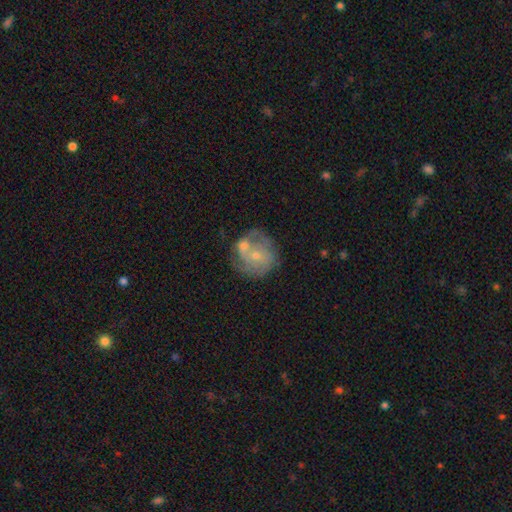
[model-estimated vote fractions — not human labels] smooth_or_featured: featured or disk (p=0.60) [alt: smooth p=0.33]
disk_edge_on: no (p=0.98) [alt: yes p=0.02]
bar: no (p=0.73) [alt: weak p=0.23]
has_spiral_arms: yes (p=0.62) [alt: no p=0.38]
bulge_size: small (p=0.58) [alt: moderate p=0.36]
merging: none (p=0.37) [tied with: merger p=0.37]